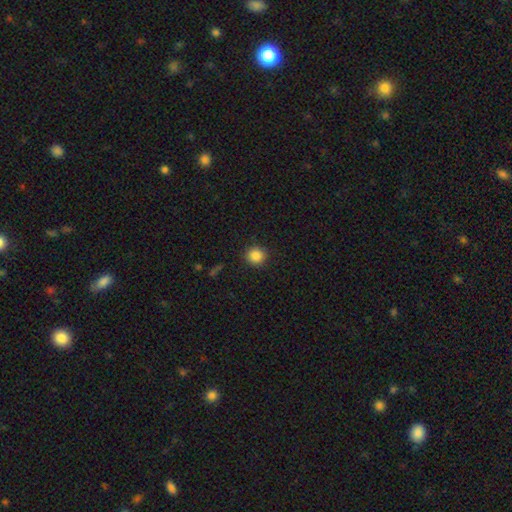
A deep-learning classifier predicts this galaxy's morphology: Smooth or featured: smooth — 86% (star or artifact — 10%)
How rounded: round — 92% (in between — 7%)
Merging: none — 91% (minor disturbance — 6%)